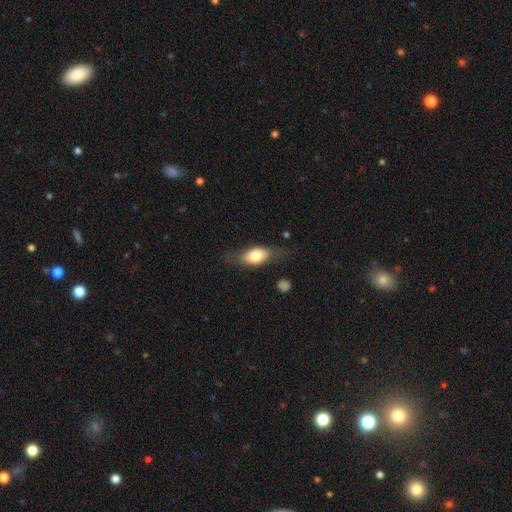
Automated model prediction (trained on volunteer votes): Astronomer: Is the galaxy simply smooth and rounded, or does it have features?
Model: smooth — 66%.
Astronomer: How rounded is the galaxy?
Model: in between — 76%.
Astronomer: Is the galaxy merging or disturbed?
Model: none — 68%.